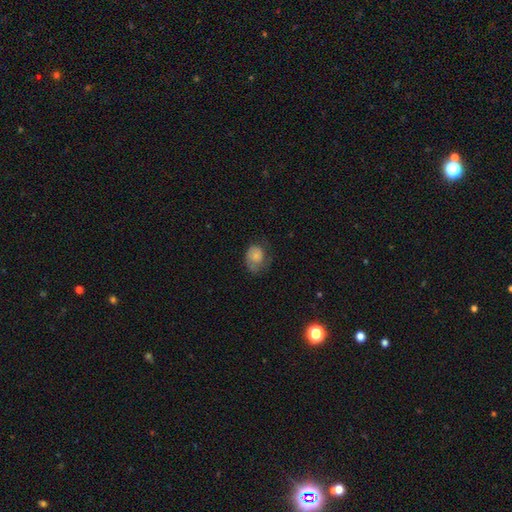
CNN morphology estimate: This is likely a smooth galaxy (64%). How rounded: possibly in between (57%). Merging: possibly none (46%).